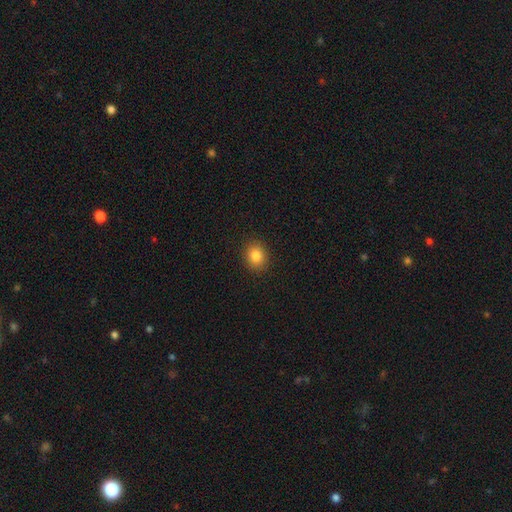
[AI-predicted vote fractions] smooth-or-featured: smooth: 84% | star or artifact: 11% | featured or disk: 5%
  how-rounded: round: 66% | in between: 33% | cigar-shaped: 1%
  merging: none: 90% | minor disturbance: 7% | major disturbance: 2% | merger: 1%